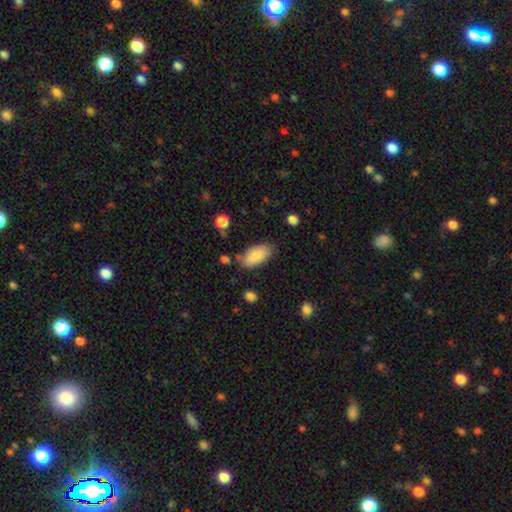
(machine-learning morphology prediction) This is clearly a smooth galaxy (82%). How rounded: clearly in between (92%). Merging: likely none (75%).